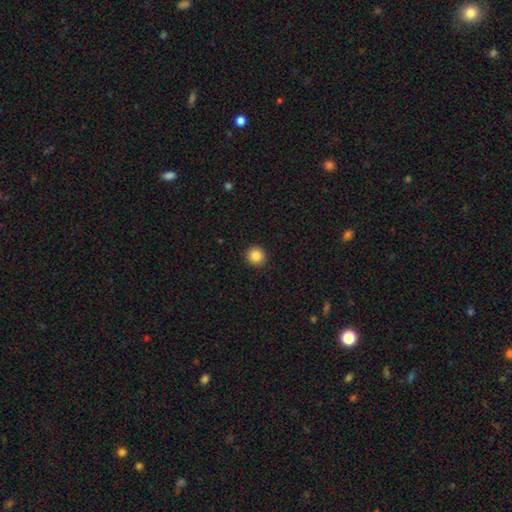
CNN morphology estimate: smooth 87%, star or artifact 10%, featured or disk 4%. Down the decision tree: how rounded — round (93%); merging — none (92%).